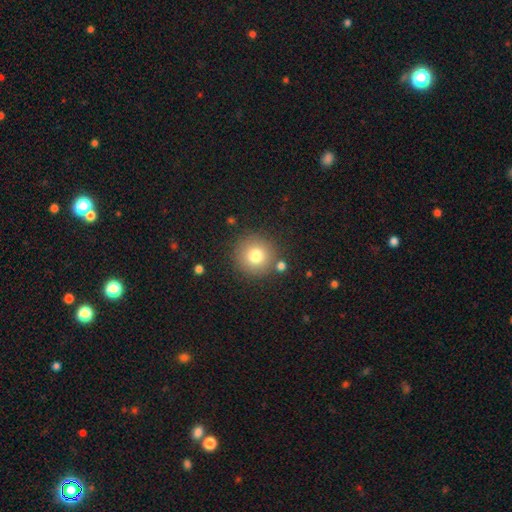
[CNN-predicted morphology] The model was most divided on "smooth or featured": smooth: 77%, star or artifact: 12%, featured or disk: 11%. More confident: how rounded — round (95%); merging — none (85%).